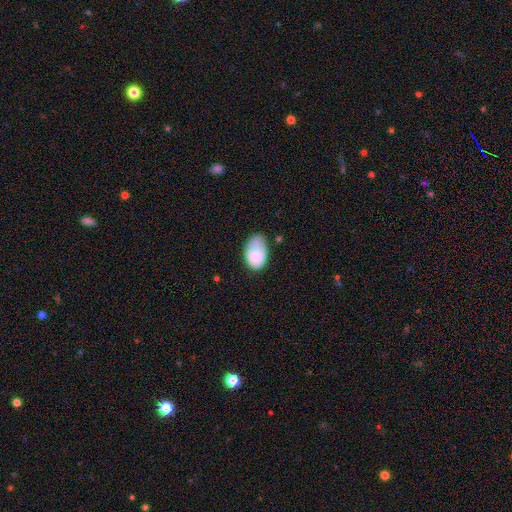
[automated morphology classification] A smooth galaxy with no disk features (74%) that is in between round and cigar-shaped (91%).

Vote fractions:
- Smooth or featured? smooth: 74% / featured or disk: 19% / star or artifact: 7%
- How rounded? in between: 91% / round: 8% / cigar-shaped: 1%
- Merging? none: 40% / minor disturbance: 37% / major disturbance: 15% / merger: 8%